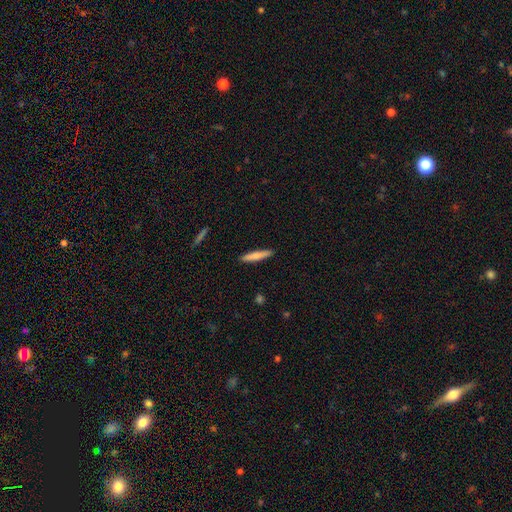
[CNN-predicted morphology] Smooth or featured: smooth — 76% (featured or disk — 19%)
How rounded: cigar-shaped — 92% (in between — 7%)
Merging: none — 91% (minor disturbance — 7%)